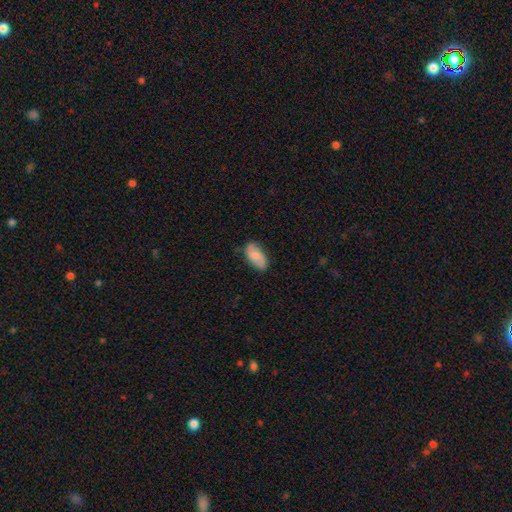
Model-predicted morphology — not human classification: The model was most divided on "smooth or featured": smooth: 64%, featured or disk: 29%, star or artifact: 7%. More confident: how rounded — in between (93%); merging — none (78%).